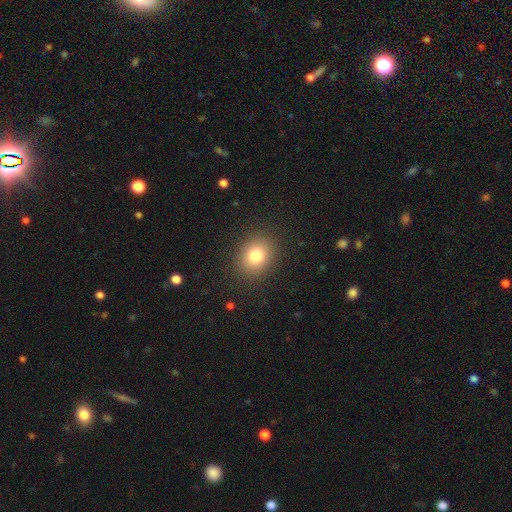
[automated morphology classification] Q: Smooth or featured?
A: smooth (79%); runner-up: star or artifact (12%)
Q: How rounded?
A: round (58%); runner-up: in between (41%)
Q: Merging?
A: none (88%); runner-up: minor disturbance (8%)